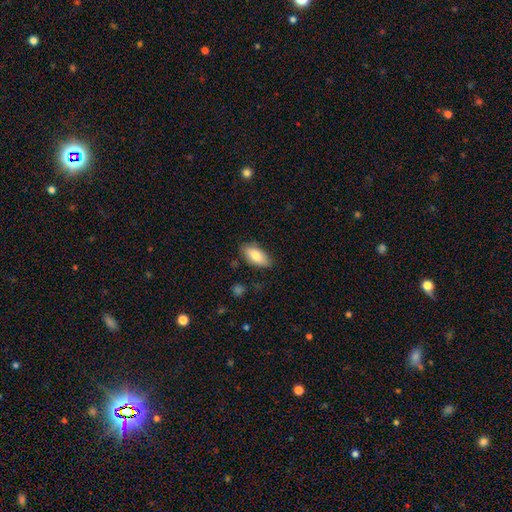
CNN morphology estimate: This appears to be a smooth galaxy with no disk features (81%) that is in between round and cigar-shaped (89%). Merging: none (82%).